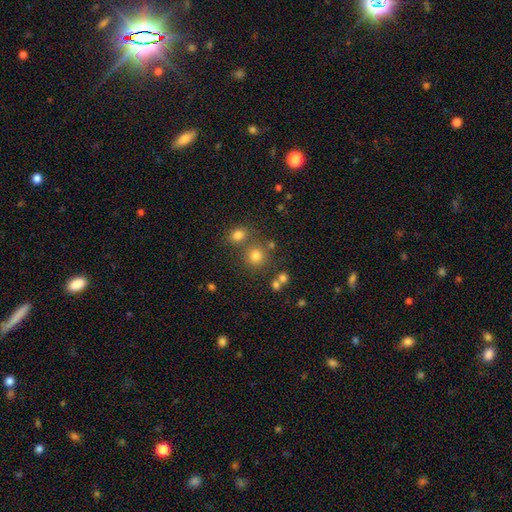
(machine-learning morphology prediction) A smooth galaxy with no disk features (73%) that is round (89%). Merging: none (68%).